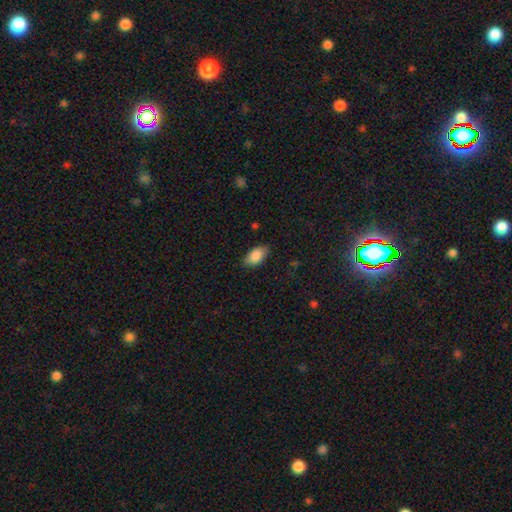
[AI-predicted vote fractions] Morphology: type=smooth (88%); roundness=in between (93%); merging=none (84%).